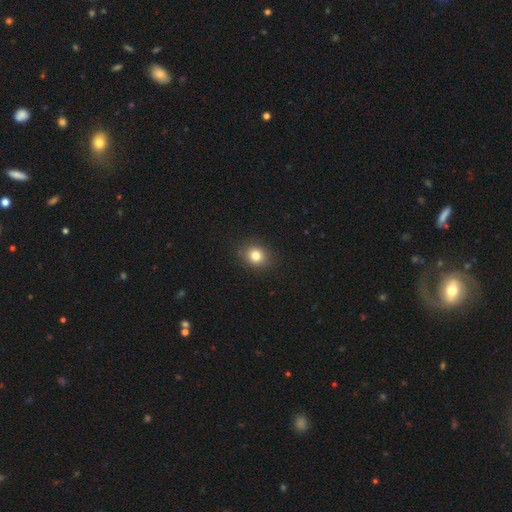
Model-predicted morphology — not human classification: The model was most divided on "how rounded": round: 68%, in between: 31%, cigar-shaped: 1%. More confident: merging — none (88%); smooth or featured — smooth (81%).